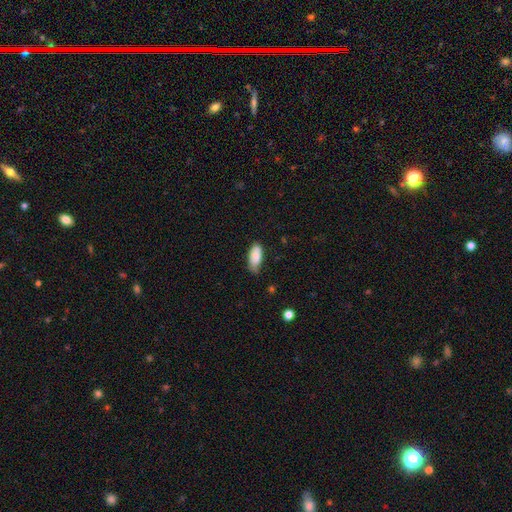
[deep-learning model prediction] smooth_or_featured: smooth (p=0.85) [alt: featured or disk p=0.08]
how_rounded: in between (p=0.87) [alt: cigar-shaped p=0.11]
merging: none (p=0.61) [alt: minor disturbance p=0.32]